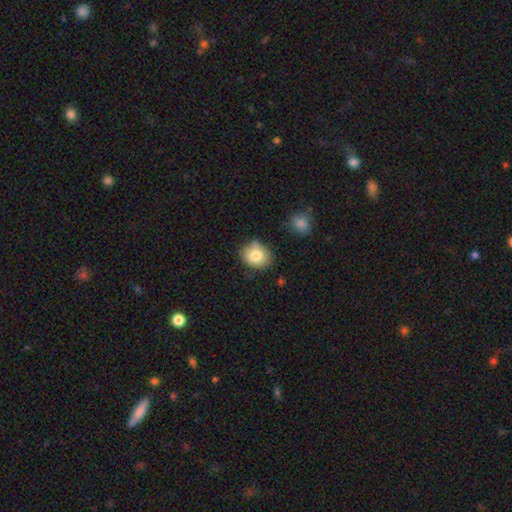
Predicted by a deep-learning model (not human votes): Overall: smooth (79%). How rounded: round (61%; in between 38%). Merging: none (73%).